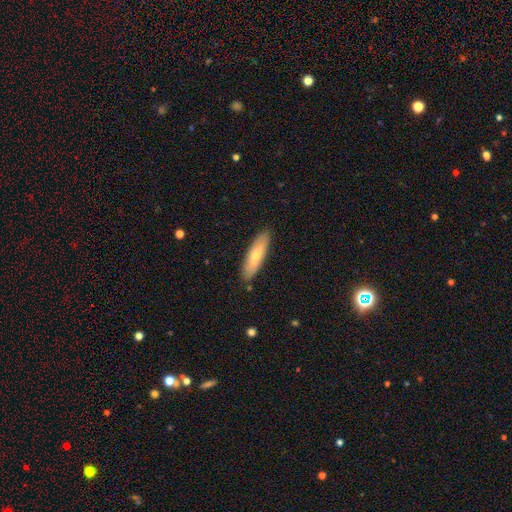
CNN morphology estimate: This is likely a smooth galaxy (62%). How rounded: likely cigar-shaped (69%). Merging: clearly none (88%).